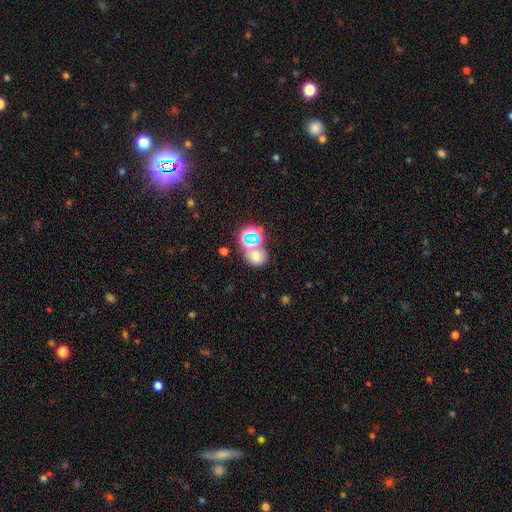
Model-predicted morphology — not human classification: type=smooth (59%); roundness=round (68%); merging=none (53%).